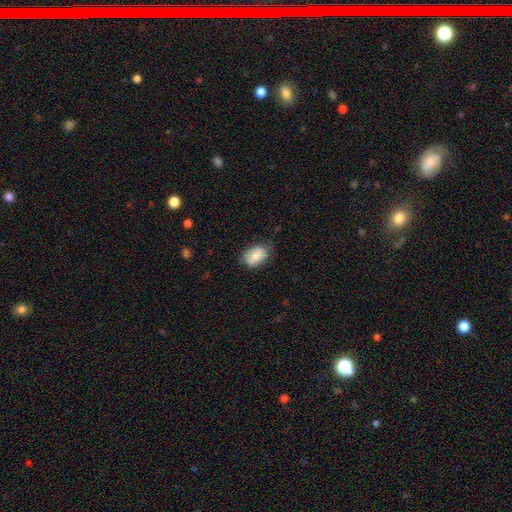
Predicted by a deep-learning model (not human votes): smooth_or_featured: smooth (p=0.74) [alt: featured or disk p=0.19]
how_rounded: in between (p=0.84) [alt: round p=0.15]
merging: none (p=0.71) [alt: minor disturbance p=0.23]